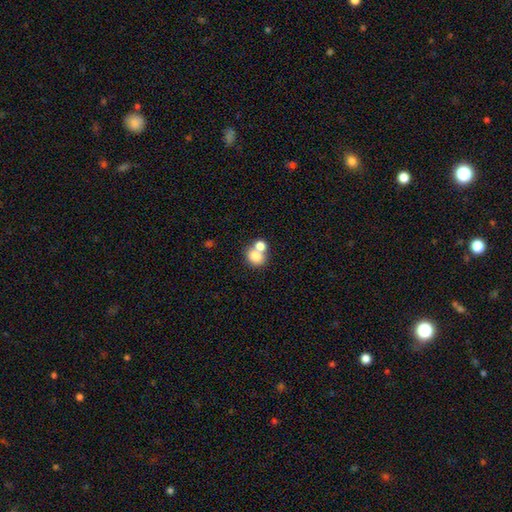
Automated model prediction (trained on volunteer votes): The model was most divided on "merging": merger: 54%, none: 37%, minor disturbance: 6%, major disturbance: 3%. More confident: smooth or featured — smooth (78%); how rounded — round (69%).